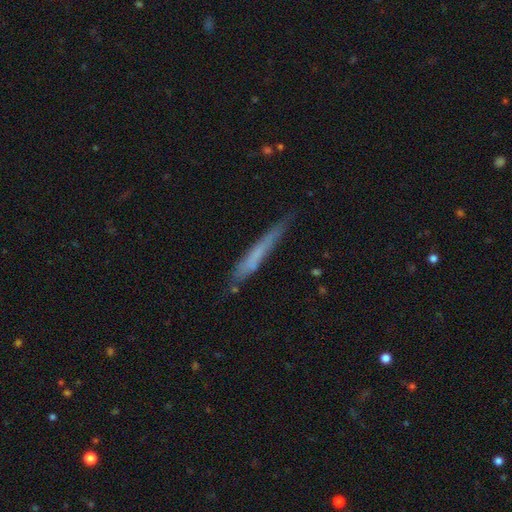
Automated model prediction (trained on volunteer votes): This is possibly a smooth galaxy (54%). How rounded: clearly cigar-shaped (96%). Merging: likely none (72%).